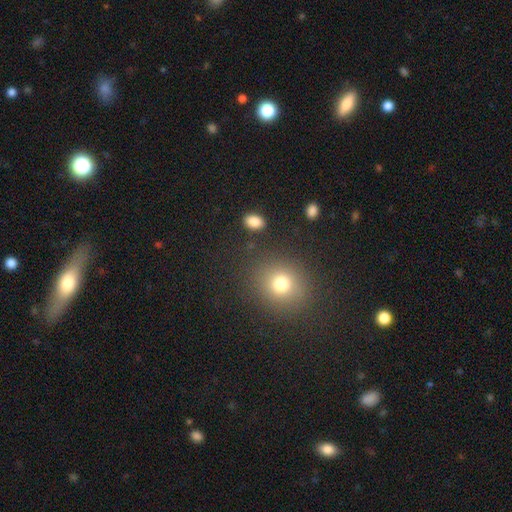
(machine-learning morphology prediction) Q: Smooth or featured?
A: smooth (62%); runner-up: star or artifact (28%)
Q: How rounded?
A: round (81%); runner-up: in between (17%)
Q: Merging?
A: none (89%); runner-up: minor disturbance (6%)